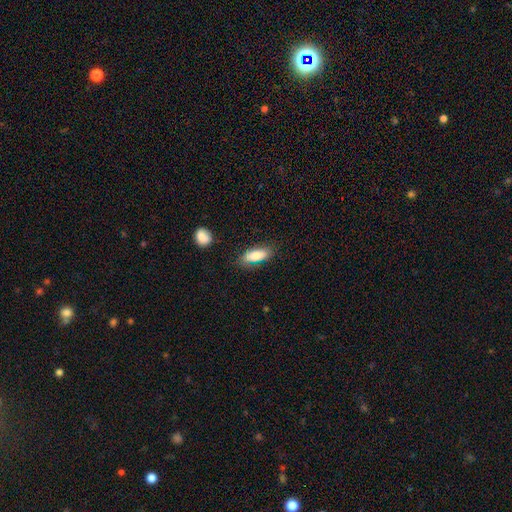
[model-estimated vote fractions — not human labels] Q: Smooth or featured?
A: smooth (81%); runner-up: featured or disk (12%)
Q: How rounded?
A: in between (77%); runner-up: cigar-shaped (20%)
Q: Merging?
A: none (75%); runner-up: minor disturbance (17%)